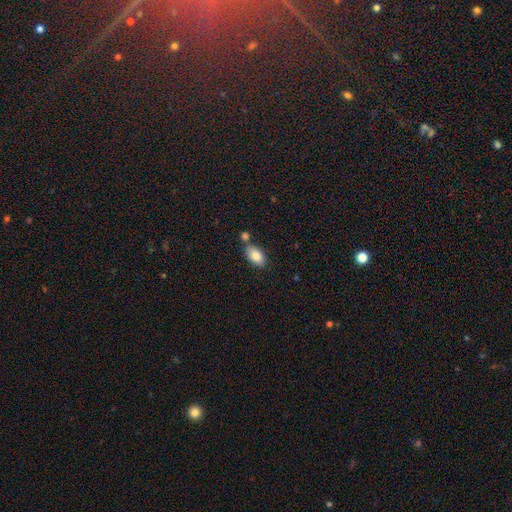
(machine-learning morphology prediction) Smooth or featured? smooth (83%)
How rounded? in between (92%)
Merging? none (63%)